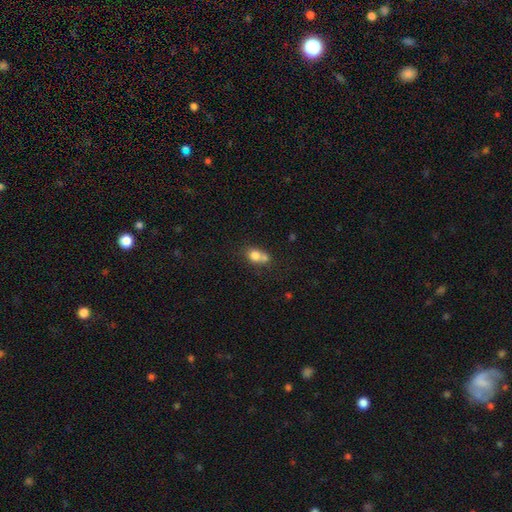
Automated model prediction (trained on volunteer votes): A smooth galaxy with no disk features (76%) that is round (59%).

Vote fractions:
- Smooth or featured? smooth: 76% / featured or disk: 14% / star or artifact: 11%
- How rounded? round: 59% / in between: 40% / cigar-shaped: 2%
- Merging? merger: 52% / none: 32% / minor disturbance: 11% / major disturbance: 5%